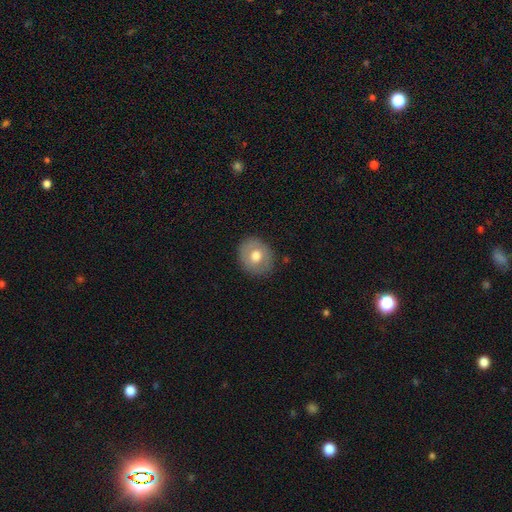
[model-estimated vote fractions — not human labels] A smooth galaxy with no disk features (65%) that is round (70%). Merging: none (85%).